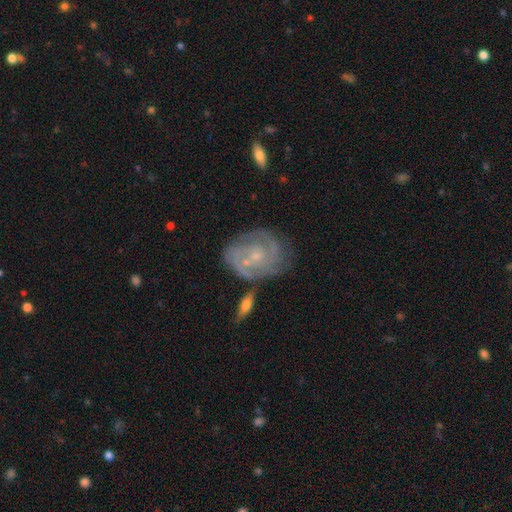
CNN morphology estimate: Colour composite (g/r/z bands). It shows a featured or disk galaxy (82%) with no bar (60%), 2 (35%) tight (58%) spiral arms (92%) and a small central bulge (72%). Merging: none (63%).